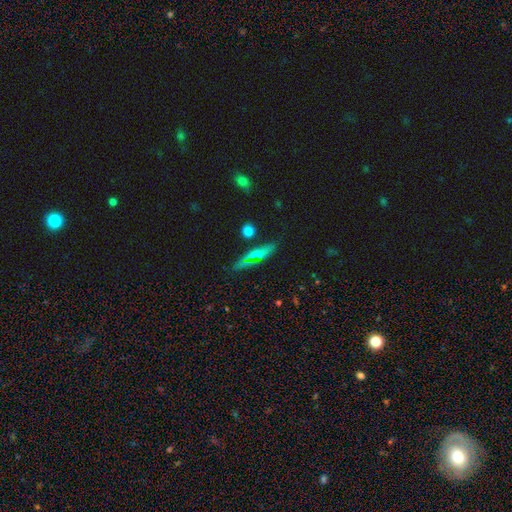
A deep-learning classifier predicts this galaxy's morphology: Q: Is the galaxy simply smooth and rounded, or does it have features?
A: smooth — 57%.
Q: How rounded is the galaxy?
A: cigar-shaped — 67%.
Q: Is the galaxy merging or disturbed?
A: none — 77%.